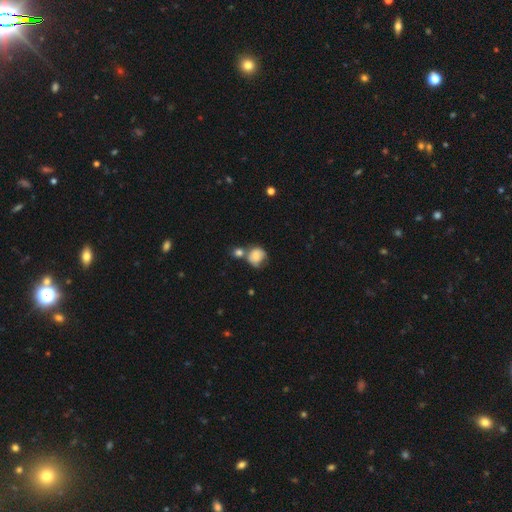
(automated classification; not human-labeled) Smooth or featured?
  - smooth: 73% *
  - featured or disk: 19%
  - star or artifact: 9%
How rounded?
  - round: 72% *
  - in between: 27%
  - cigar-shaped: 1%
Merging?
  - merger: 36% *
  - none: 34%
  - minor disturbance: 20%
  - major disturbance: 10%